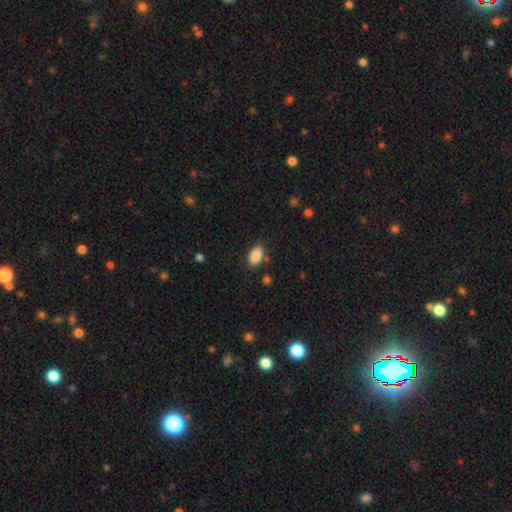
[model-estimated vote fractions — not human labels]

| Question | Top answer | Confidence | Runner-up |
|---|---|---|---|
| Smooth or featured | smooth | 88% | star or artifact (7%) |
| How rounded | in between | 92% | round (5%) |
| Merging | none | 83% | minor disturbance (12%) |